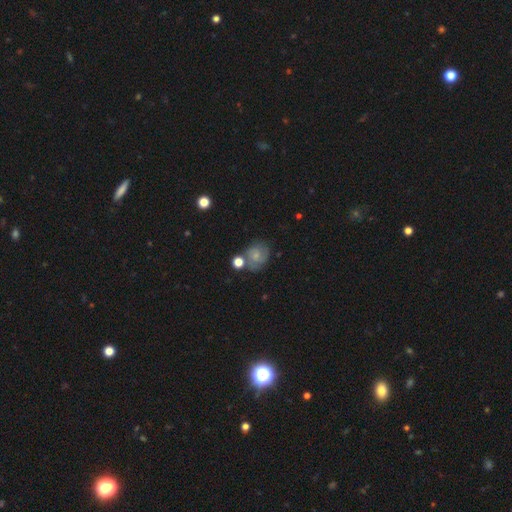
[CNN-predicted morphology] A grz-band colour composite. It shows a smooth galaxy with no disk features (50%) that is round (70%). Merging: none (61%).